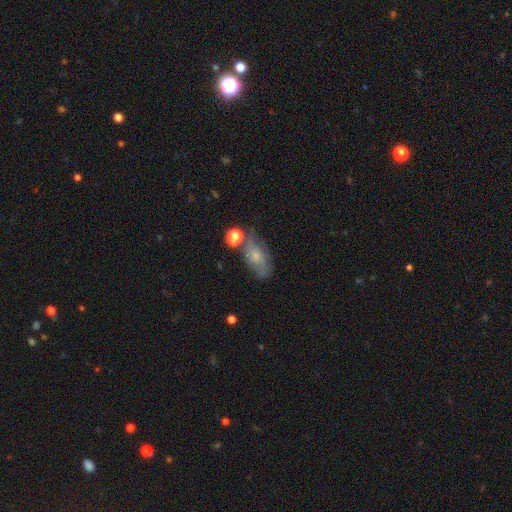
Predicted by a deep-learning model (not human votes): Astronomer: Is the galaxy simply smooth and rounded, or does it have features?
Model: smooth — 55% (runner-up: featured or disk, 34%).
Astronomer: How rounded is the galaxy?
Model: in between — 84%.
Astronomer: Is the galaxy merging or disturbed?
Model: none — 46% (runner-up: minor disturbance, 26%).